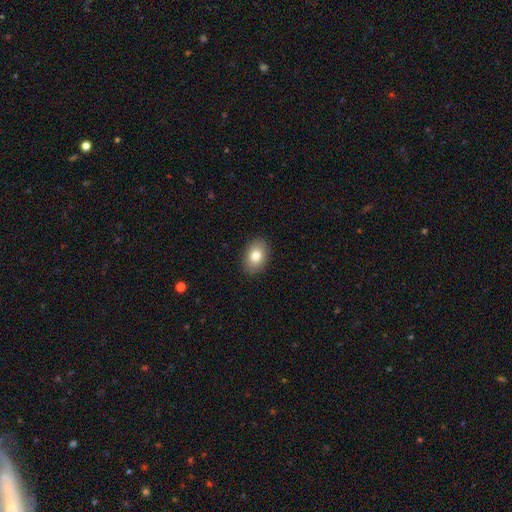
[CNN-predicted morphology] Smooth or featured? Predicted: smooth (p=0.80). How rounded? Predicted: in between (p=0.80). Merging? Predicted: none (p=0.90).